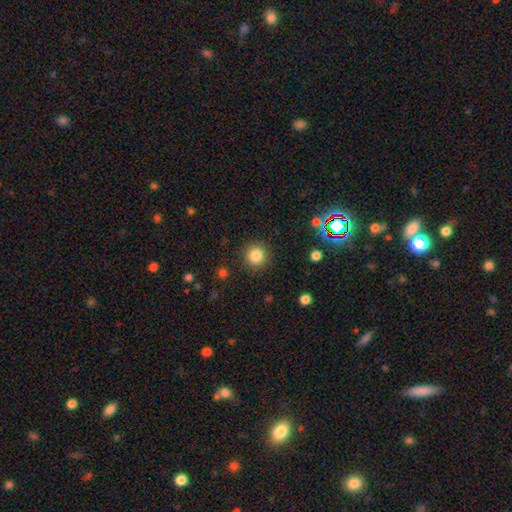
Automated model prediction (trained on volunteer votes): Smooth or featured?
  - smooth: 83% *
  - star or artifact: 12%
  - featured or disk: 5%
How rounded?
  - round: 94% *
  - in between: 5%
  - cigar-shaped: 1%
Merging?
  - none: 90% *
  - minor disturbance: 6%
  - major disturbance: 2%
  - merger: 1%